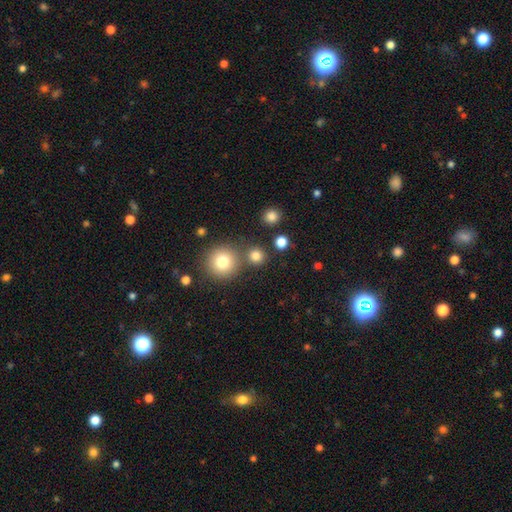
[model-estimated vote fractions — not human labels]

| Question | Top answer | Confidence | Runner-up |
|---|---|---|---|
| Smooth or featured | smooth | 80% | star or artifact (14%) |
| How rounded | round | 92% | in between (7%) |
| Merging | none | 78% | merger (13%) |